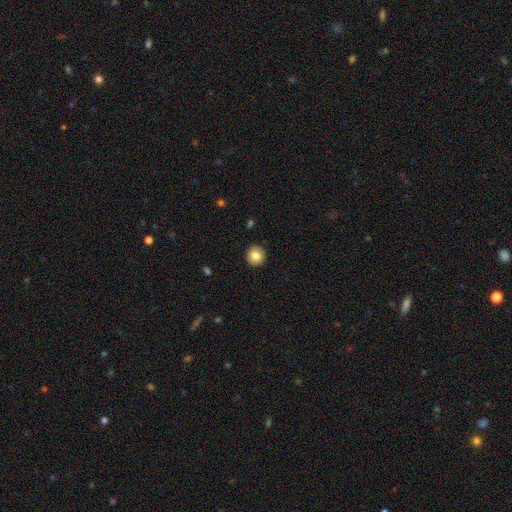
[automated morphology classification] smooth_or_featured: smooth (p=0.82) [alt: featured or disk p=0.10]
how_rounded: round (p=0.93) [alt: in between p=0.06]
merging: none (p=0.92) [alt: minor disturbance p=0.05]